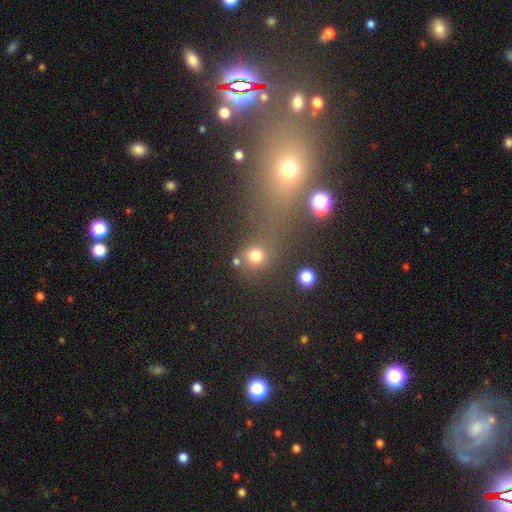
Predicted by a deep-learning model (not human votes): Smooth or featured?
  - smooth: 74% *
  - star or artifact: 18%
  - featured or disk: 8%
How rounded?
  - round: 88% *
  - in between: 11%
  - cigar-shaped: 1%
Merging?
  - none: 67% *
  - merger: 18%
  - minor disturbance: 10%
  - major disturbance: 6%